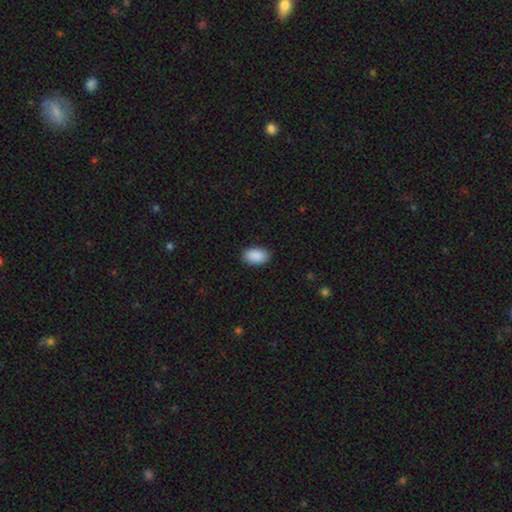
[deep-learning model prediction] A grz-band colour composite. It shows a smooth galaxy with no disk features (91%) that is in between round and cigar-shaped (93%). Merging: none (89%).